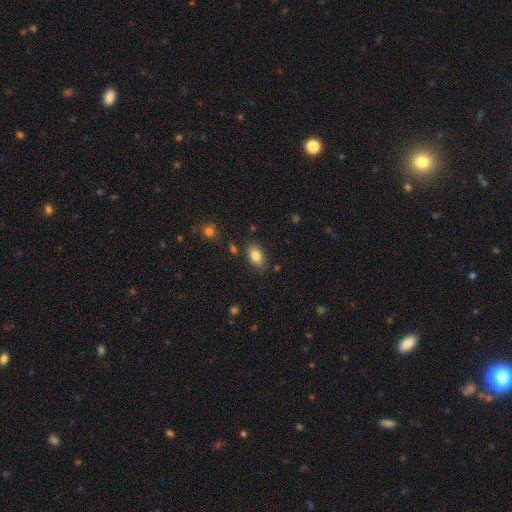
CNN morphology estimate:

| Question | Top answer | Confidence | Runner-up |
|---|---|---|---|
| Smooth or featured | smooth | 83% | featured or disk (9%) |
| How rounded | in between | 90% | round (8%) |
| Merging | none | 82% | minor disturbance (12%) |